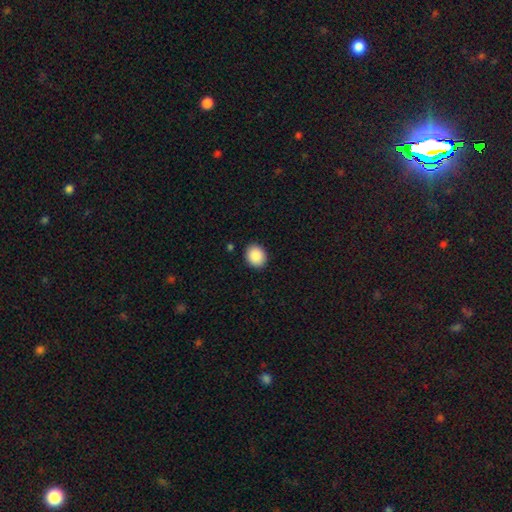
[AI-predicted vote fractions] This is clearly a smooth galaxy (89%). How rounded: likely round (60%). Merging: clearly none (90%).